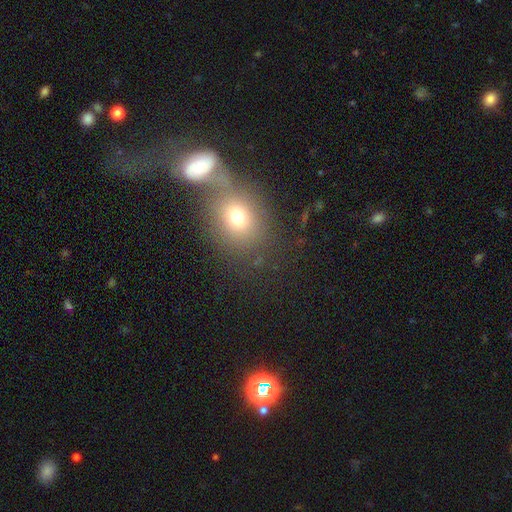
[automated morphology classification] A smooth galaxy with no disk features (58%) that is round (61%).

Vote fractions:
- Smooth or featured? smooth: 58% / star or artifact: 21% / featured or disk: 21%
- How rounded? round: 61% / in between: 37% / cigar-shaped: 2%
- Merging? merger: 57% / none: 29% / minor disturbance: 8% / major disturbance: 7%